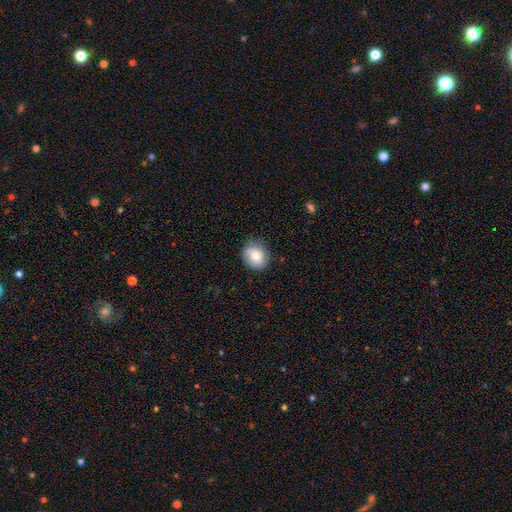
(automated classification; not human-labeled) smooth 78%, featured or disk 14%, star or artifact 8%. Down the decision tree: how rounded — round (65%); merging — none (79%).